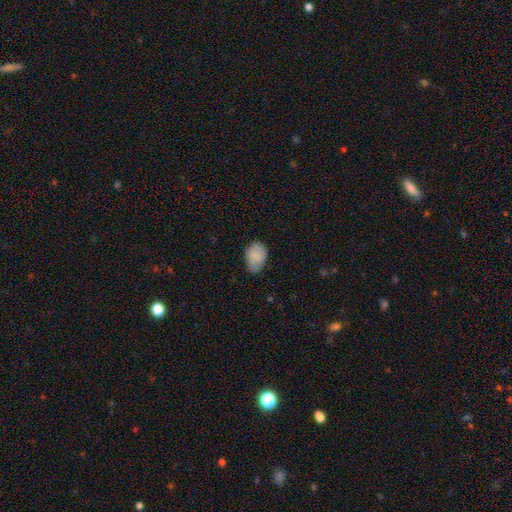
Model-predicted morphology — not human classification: smooth 85%, featured or disk 8%, star or artifact 7%. Down the decision tree: how rounded — in between (85%); merging — none (60%).